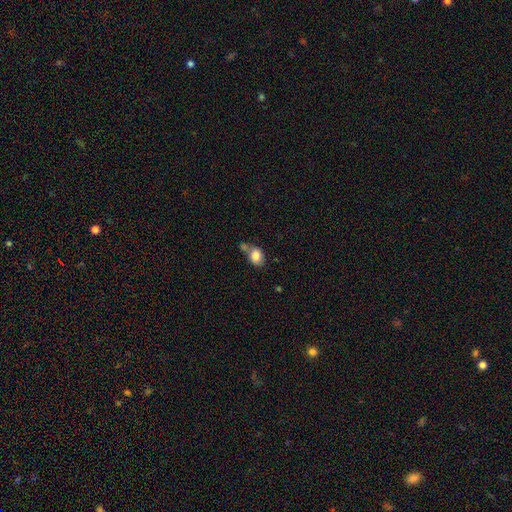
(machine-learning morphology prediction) The model was most divided on "merging": none: 44%, merger: 30%, minor disturbance: 19%, major disturbance: 7%. More confident: smooth or featured — smooth (82%); how rounded — in between (67%).